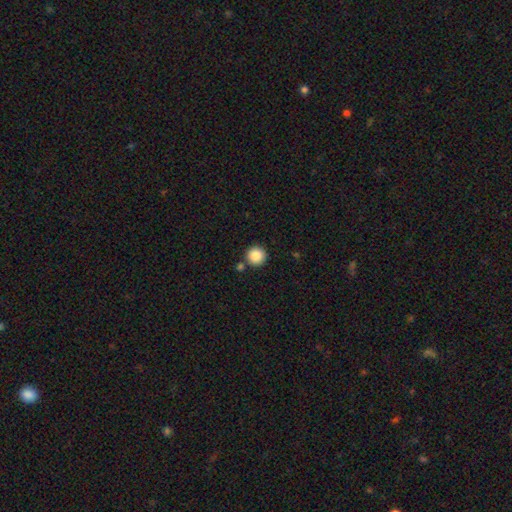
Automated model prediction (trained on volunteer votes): This appears to be a smooth galaxy with no disk features (87%) that is round (95%). Merging: none (82%).